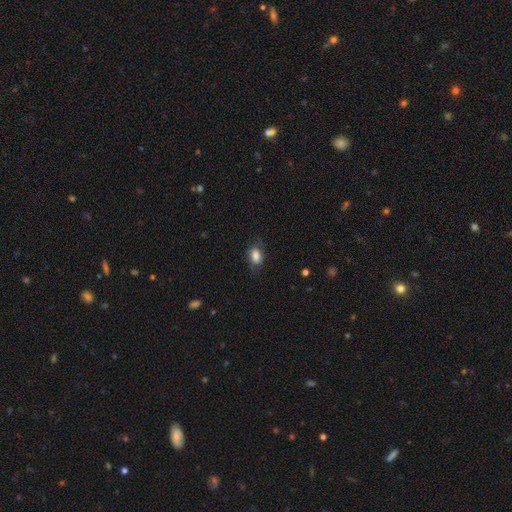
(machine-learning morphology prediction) smooth_or_featured: smooth (p=0.81) [alt: featured or disk p=0.10]
how_rounded: in between (p=0.84) [alt: round p=0.14]
merging: none (p=0.70) [alt: minor disturbance p=0.22]